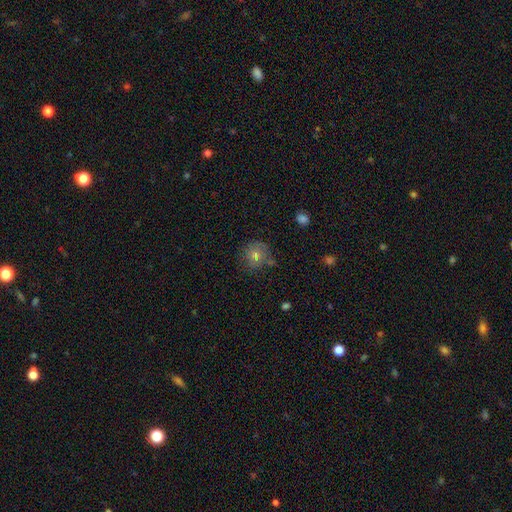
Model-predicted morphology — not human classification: A smooth galaxy with no disk features (67%) that is round (87%).

Vote fractions:
- Smooth or featured? smooth: 67% / featured or disk: 19% / star or artifact: 14%
- How rounded? round: 87% / in between: 12% / cigar-shaped: 1%
- Merging? none: 72% / minor disturbance: 17% / merger: 5% / major disturbance: 5%